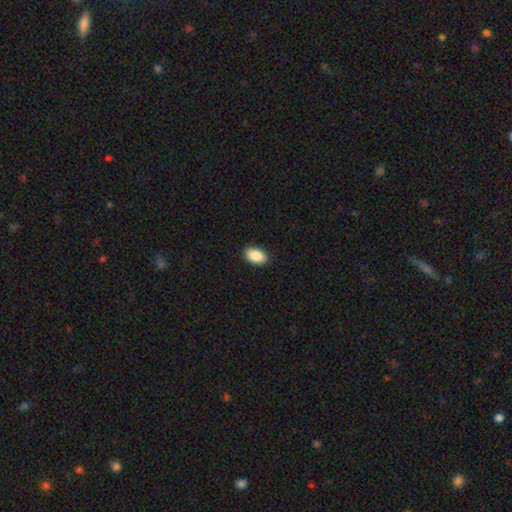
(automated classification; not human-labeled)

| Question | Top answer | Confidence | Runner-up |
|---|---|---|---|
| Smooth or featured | smooth | 90% | star or artifact (7%) |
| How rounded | in between | 93% | round (5%) |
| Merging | none | 90% | minor disturbance (7%) |